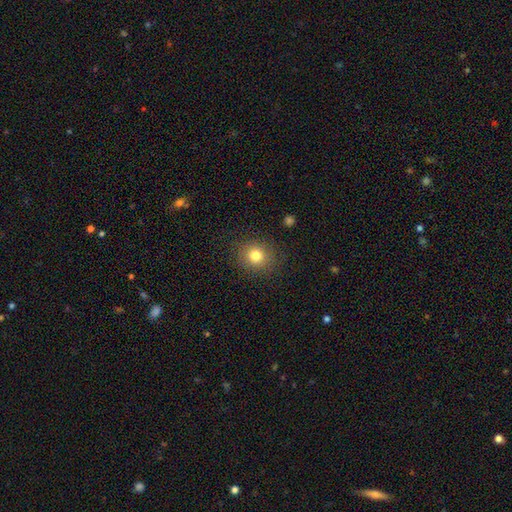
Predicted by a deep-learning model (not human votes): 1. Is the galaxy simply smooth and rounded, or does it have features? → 79% smooth, 12% star or artifact, 8% featured or disk.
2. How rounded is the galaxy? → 80% round, 19% in between, 1% cigar-shaped.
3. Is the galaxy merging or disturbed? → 86% none, 9% minor disturbance, 3% major disturbance, 1% merger.